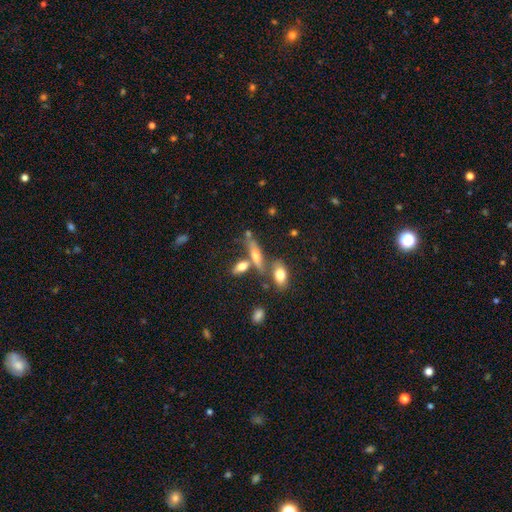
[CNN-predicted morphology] Smooth or featured? Predicted: smooth (p=0.52). How rounded? Predicted: cigar-shaped (p=0.54). Merging? Predicted: none (p=0.53).